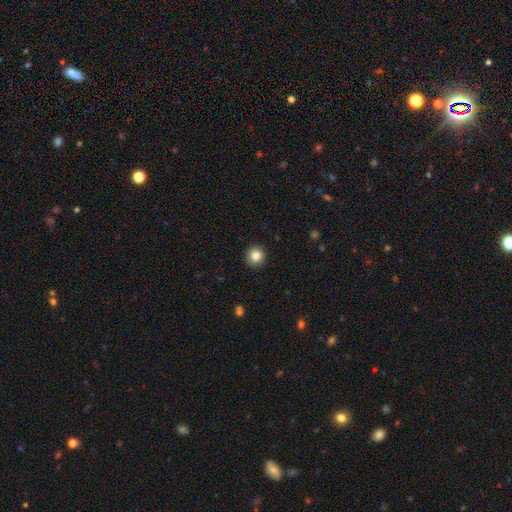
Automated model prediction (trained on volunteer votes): Smooth or featured?
  - smooth: 85% *
  - star or artifact: 10%
  - featured or disk: 5%
How rounded?
  - round: 94% *
  - in between: 5%
  - cigar-shaped: 1%
Merging?
  - none: 91% *
  - minor disturbance: 6%
  - major disturbance: 2%
  - merger: 1%